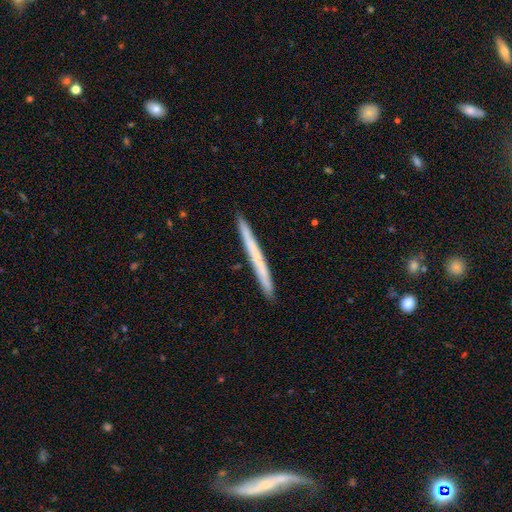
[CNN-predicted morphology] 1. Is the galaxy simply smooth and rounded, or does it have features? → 57% smooth, 37% featured or disk, 6% star or artifact.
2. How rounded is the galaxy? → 98% cigar-shaped, 1% in between, 1% round.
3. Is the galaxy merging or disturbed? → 92% none, 6% minor disturbance, 1% major disturbance, 1% merger.